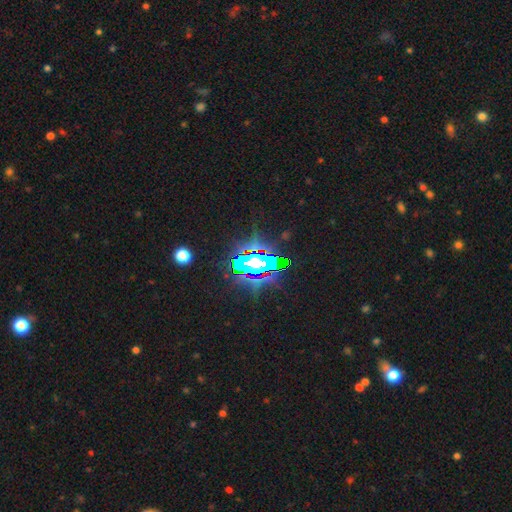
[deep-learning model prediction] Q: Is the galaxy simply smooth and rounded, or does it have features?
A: star or artifact — 58%.